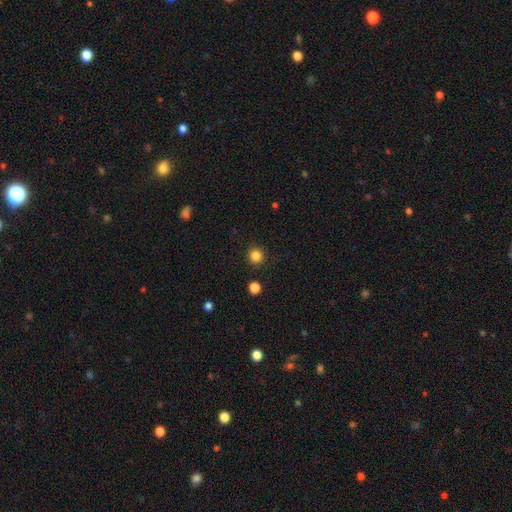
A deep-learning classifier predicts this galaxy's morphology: The model was most divided on "smooth or featured": smooth: 84%, star or artifact: 12%, featured or disk: 4%. More confident: how rounded — round (94%); merging — none (91%).